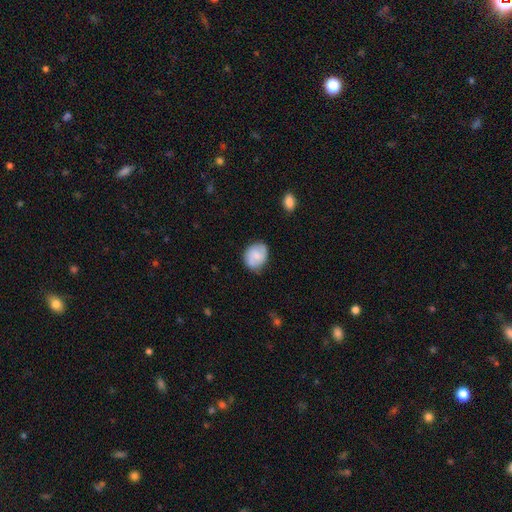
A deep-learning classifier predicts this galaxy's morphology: The model was most divided on "how rounded": round: 52%, in between: 47%, cigar-shaped: 1%. More confident: merging — none (72%); smooth or featured — smooth (62%).